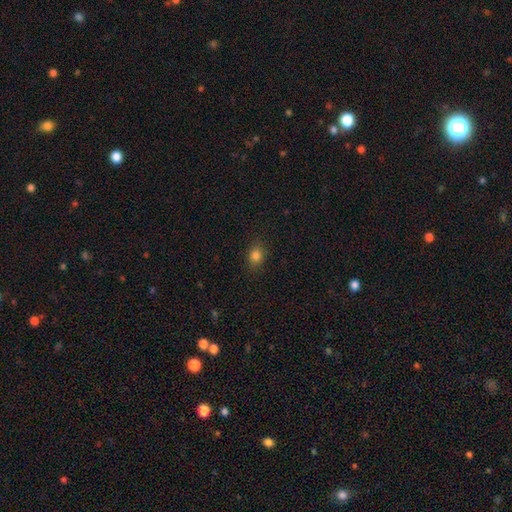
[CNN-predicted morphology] Smooth or featured?
  - smooth: 81% *
  - star or artifact: 13%
  - featured or disk: 6%
How rounded?
  - in between: 52% *
  - round: 47%
  - cigar-shaped: 2%
Merging?
  - none: 86% *
  - minor disturbance: 10%
  - major disturbance: 3%
  - merger: 1%